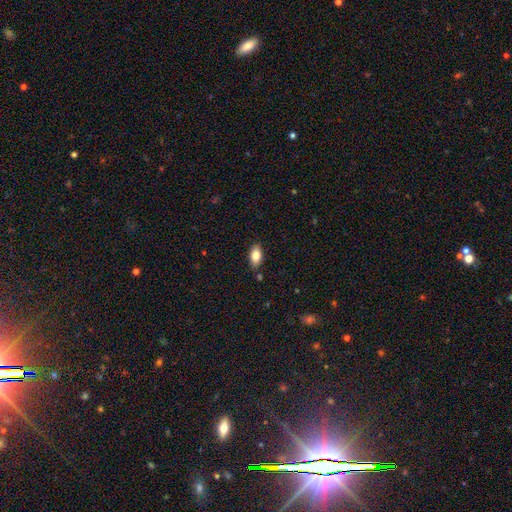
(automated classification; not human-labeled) Smooth or featured: smooth — 82% (featured or disk — 11%)
How rounded: in between — 91% (cigar-shaped — 5%)
Merging: none — 84% (minor disturbance — 11%)